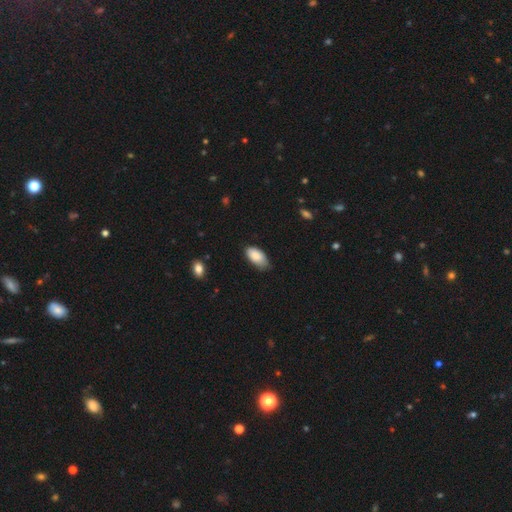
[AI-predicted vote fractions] Smooth or featured?
  - smooth: 86% *
  - featured or disk: 7%
  - star or artifact: 6%
How rounded?
  - in between: 95% *
  - cigar-shaped: 3%
  - round: 2%
Merging?
  - none: 66% *
  - minor disturbance: 29%
  - major disturbance: 4%
  - merger: 1%